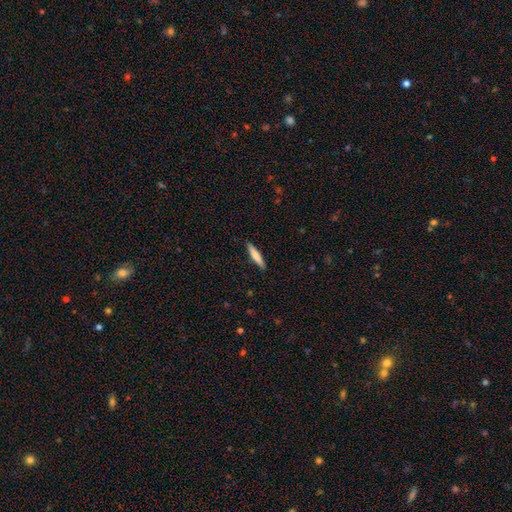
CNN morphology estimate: type=smooth (71%); roundness=cigar-shaped (89%); merging=none (90%).